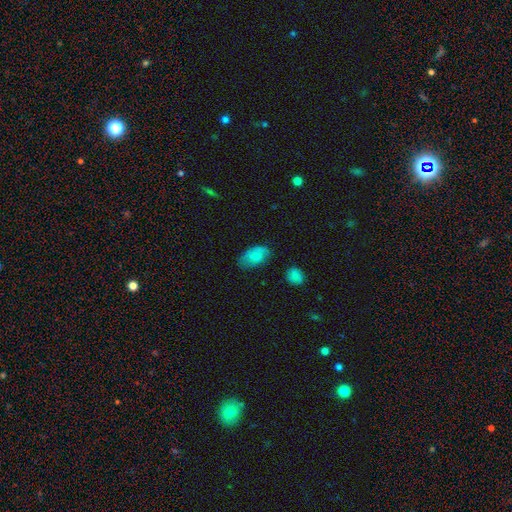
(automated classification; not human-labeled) Smooth or featured? Predicted: smooth (p=0.77). How rounded? Predicted: in between (p=0.92). Merging? Predicted: none (p=0.67).